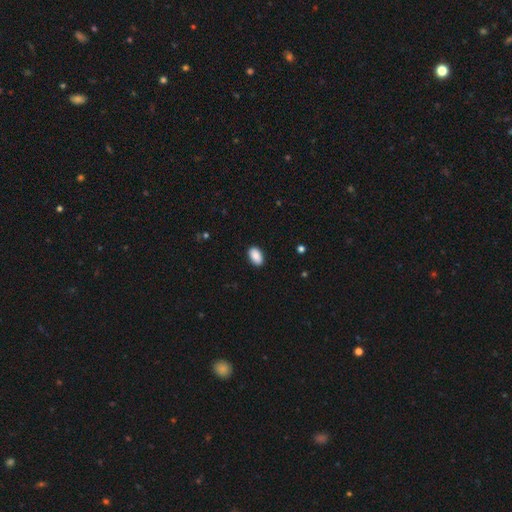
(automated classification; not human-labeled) smooth 89%, star or artifact 7%, featured or disk 4%. Down the decision tree: how rounded — in between (93%); merging — none (89%).